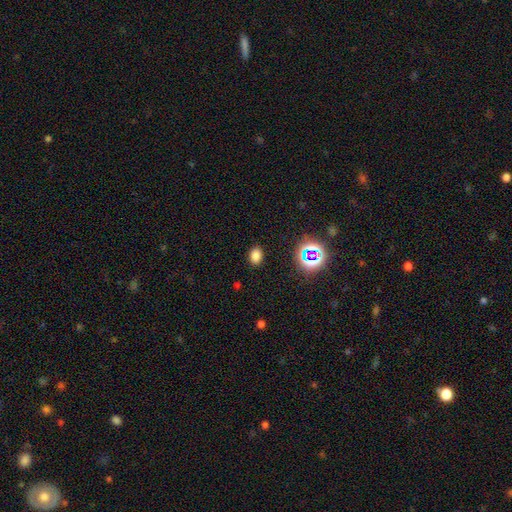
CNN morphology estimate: This is likely a smooth galaxy (76%). How rounded: likely in between (74%). Merging: clearly none (87%).